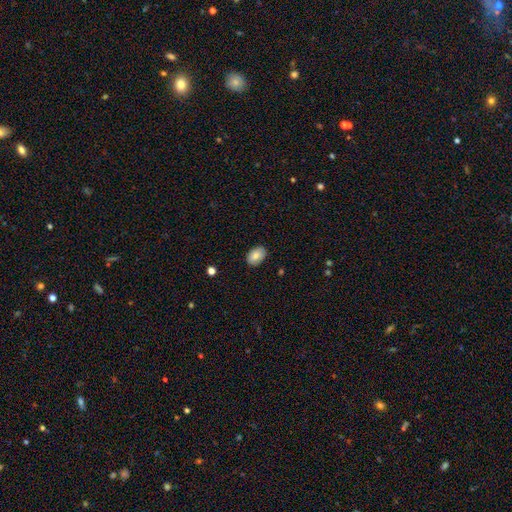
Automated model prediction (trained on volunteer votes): smooth 80%, featured or disk 12%, star or artifact 7%. Down the decision tree: how rounded — in between (84%); merging — none (85%).